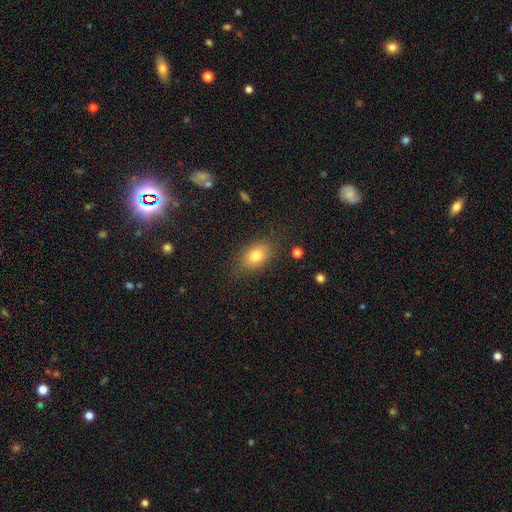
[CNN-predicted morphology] smooth-or-featured: smooth: 80% | featured or disk: 10% | star or artifact: 9%
  how-rounded: in between: 82% | round: 16% | cigar-shaped: 2%
  merging: none: 81% | minor disturbance: 14% | major disturbance: 4% | merger: 1%